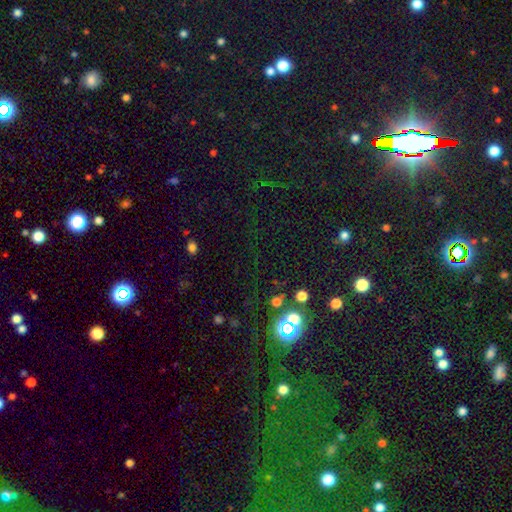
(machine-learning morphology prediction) A star or artifact, not a galaxy (78%).